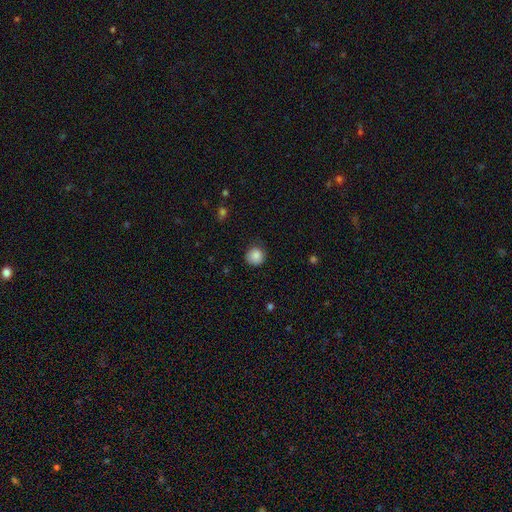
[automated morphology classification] The model was most divided on "merging": none: 77%, minor disturbance: 18%, major disturbance: 4%, merger: 1%. More confident: how rounded — round (91%); smooth or featured — smooth (86%).